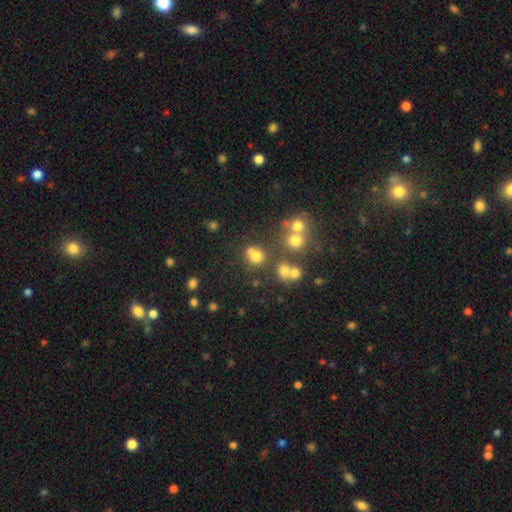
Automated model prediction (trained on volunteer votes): Smooth or featured? Predicted: smooth (p=0.70). How rounded? Predicted: round (p=0.81). Merging? Predicted: none (p=0.59).